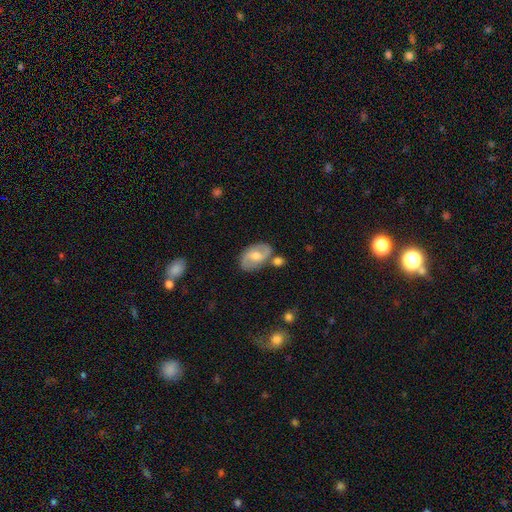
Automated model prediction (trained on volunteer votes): featured or disk 62%, smooth 31%, star or artifact 7%. Down the decision tree: edge-on disk — no (95%); bar — weak (44%); spiral arms — yes (80%); bulge size — moderate (71%); merging — none (70%).